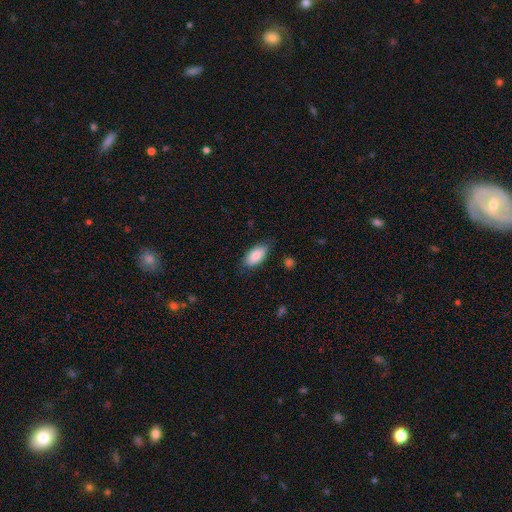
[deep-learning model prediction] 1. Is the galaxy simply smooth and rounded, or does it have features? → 86% smooth, 8% featured or disk, 6% star or artifact.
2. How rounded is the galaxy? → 92% in between, 6% cigar-shaped, 2% round.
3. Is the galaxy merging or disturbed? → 78% none, 17% minor disturbance, 4% major disturbance, 1% merger.